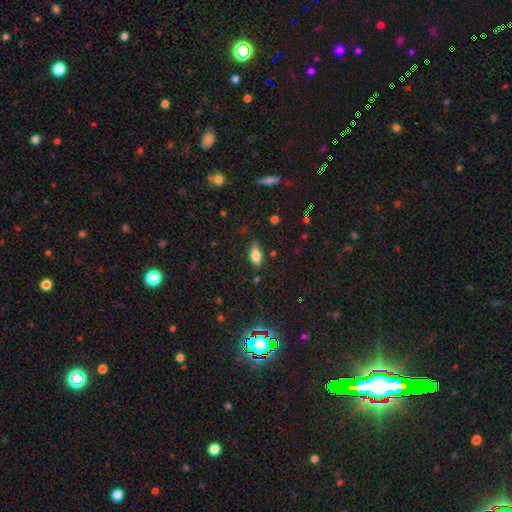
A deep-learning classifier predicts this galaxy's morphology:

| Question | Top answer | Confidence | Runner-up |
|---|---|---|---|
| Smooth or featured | smooth | 77% | featured or disk (14%) |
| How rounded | in between | 83% | cigar-shaped (13%) |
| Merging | none | 71% | minor disturbance (22%) |